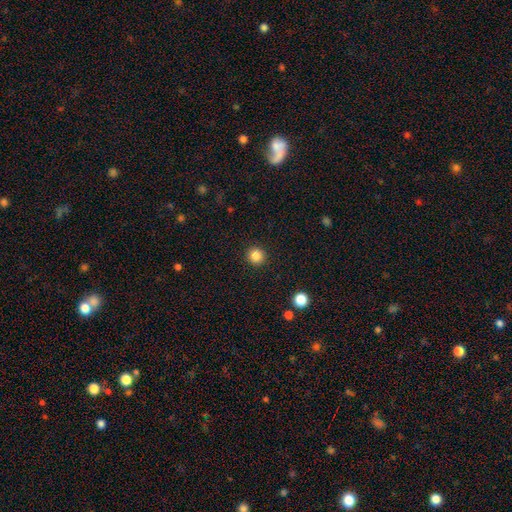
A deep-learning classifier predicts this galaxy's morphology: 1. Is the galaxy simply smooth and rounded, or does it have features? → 85% smooth, 11% star or artifact, 4% featured or disk.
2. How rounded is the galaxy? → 95% round, 4% in between, 1% cigar-shaped.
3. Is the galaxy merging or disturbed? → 92% none, 5% minor disturbance, 2% major disturbance, 1% merger.